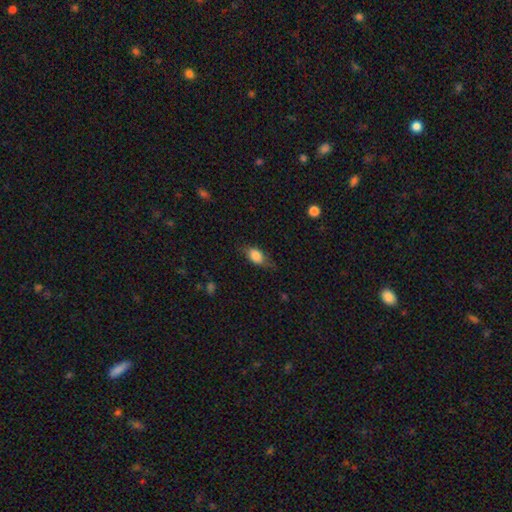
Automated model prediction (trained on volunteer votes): A smooth galaxy with no disk features (79%) that is in between round and cigar-shaped (82%).

Vote fractions:
- Smooth or featured? smooth: 79% / featured or disk: 13% / star or artifact: 8%
- How rounded? in between: 82% / round: 11% / cigar-shaped: 7%
- Merging? none: 65% / minor disturbance: 25% / major disturbance: 8% / merger: 1%